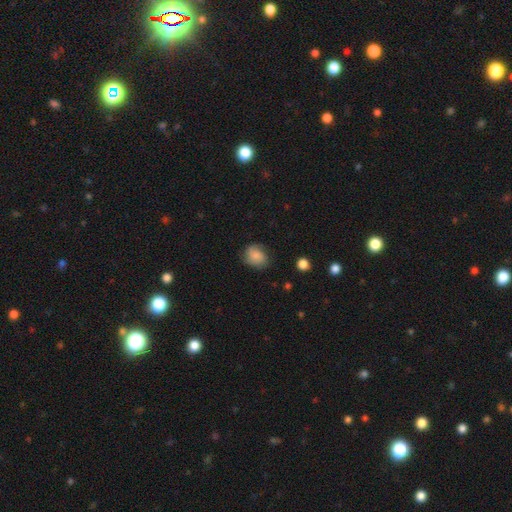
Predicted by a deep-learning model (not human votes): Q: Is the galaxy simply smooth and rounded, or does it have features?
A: smooth — 72%.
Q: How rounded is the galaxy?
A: round — 53%.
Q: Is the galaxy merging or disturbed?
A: none — 67%.